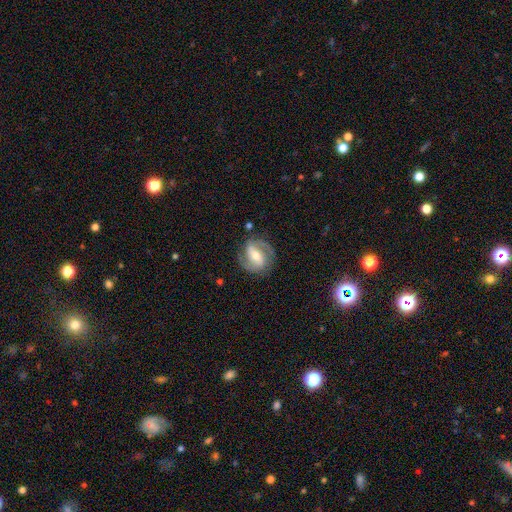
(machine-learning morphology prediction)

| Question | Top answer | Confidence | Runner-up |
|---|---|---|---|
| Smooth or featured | featured or disk | 83% | smooth (12%) |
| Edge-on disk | no | 97% | yes (3%) |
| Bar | strong | 49% | weak (34%) |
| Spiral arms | yes | 93% | no (7%) |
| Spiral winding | medium | 49% | tight (37%) |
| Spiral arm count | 2 | 90% | can't tell (4%) |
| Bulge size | moderate | 57% | small (35%) |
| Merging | none | 81% | minor disturbance (12%) |